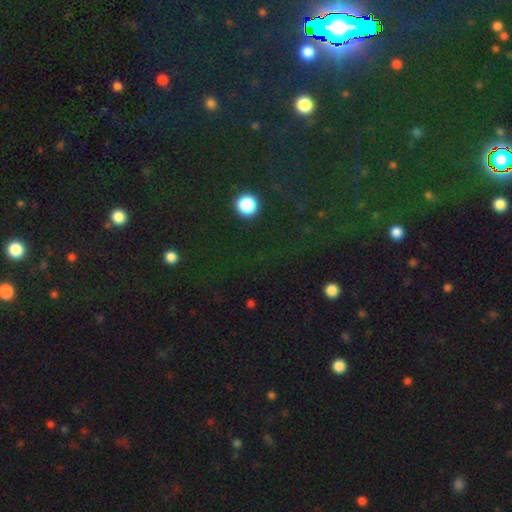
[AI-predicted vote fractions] The model was most divided on "smooth or featured": star or artifact: 77%, smooth: 16%, featured or disk: 7%.